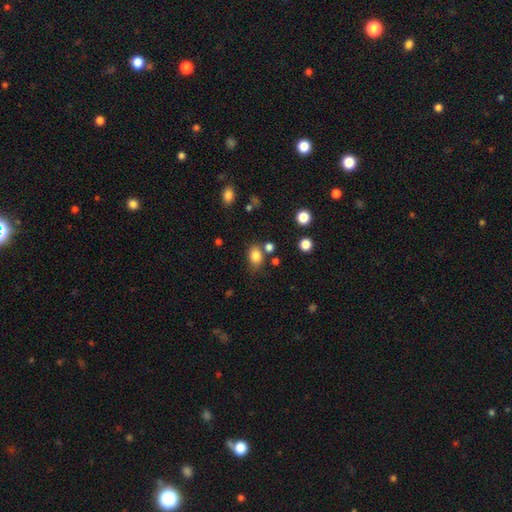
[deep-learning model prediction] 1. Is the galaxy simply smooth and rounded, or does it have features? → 83% smooth, 11% star or artifact, 7% featured or disk.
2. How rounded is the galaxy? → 70% in between, 29% round, 1% cigar-shaped.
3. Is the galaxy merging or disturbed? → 68% none, 17% minor disturbance, 10% merger, 5% major disturbance.